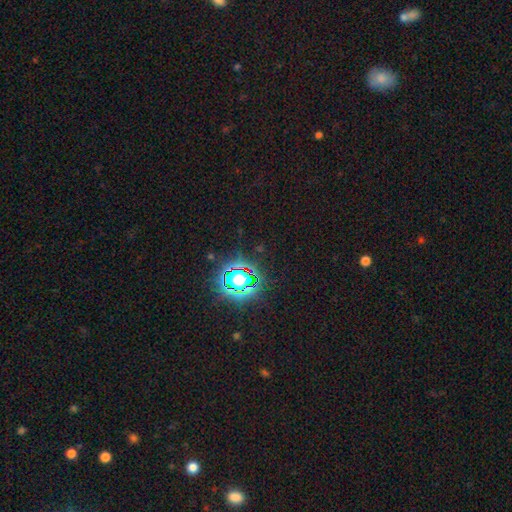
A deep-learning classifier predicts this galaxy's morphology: This appears to be a star or artifact, not a galaxy (80%).